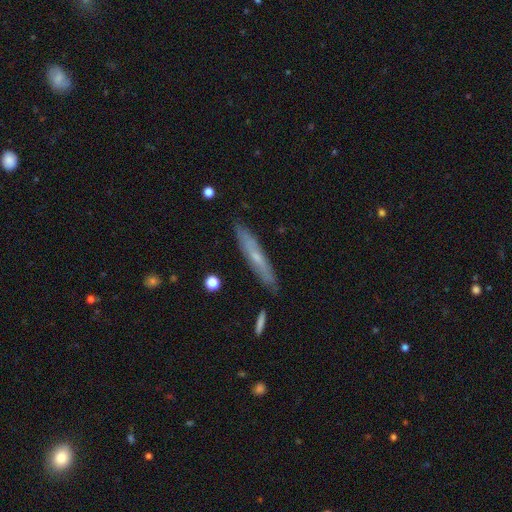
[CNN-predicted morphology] A featured or disk galaxy (50%) viewed edge-on (81%). Merging: none (86%).